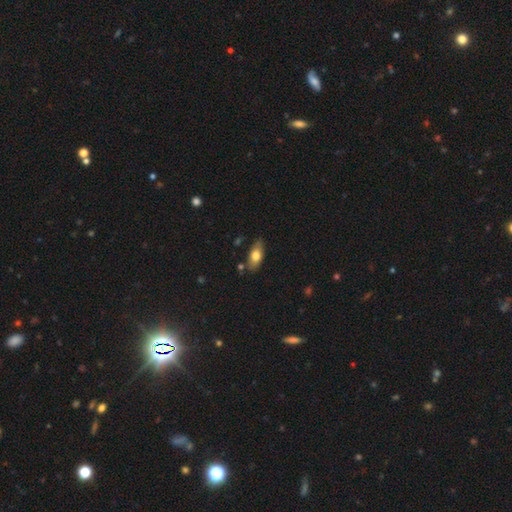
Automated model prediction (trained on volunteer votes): A smooth galaxy with no disk features (73%) that is in between round and cigar-shaped (84%). Merging: none (79%).